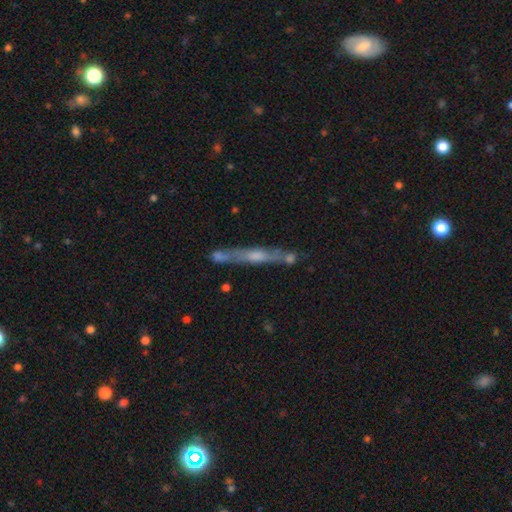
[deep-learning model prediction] smooth_or_featured: featured or disk (p=0.71) [alt: smooth p=0.20]
disk_edge_on: yes (p=0.91) [alt: no p=0.09]
edge_on_bulge: rounded (p=0.58) [alt: none p=0.28]
merging: none (p=0.73) [alt: minor disturbance p=0.14]